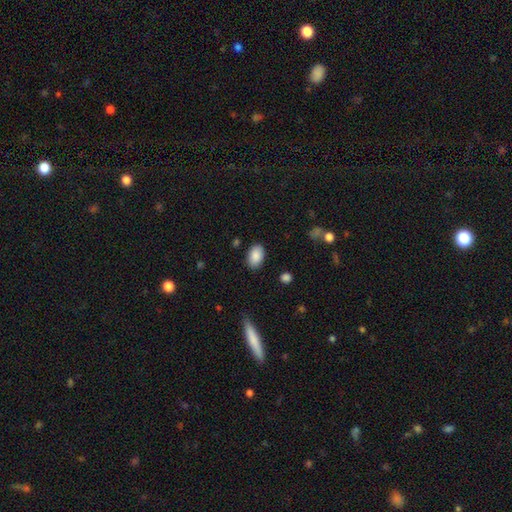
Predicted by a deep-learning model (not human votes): Overall: smooth (88%). How rounded: in between (90%). Merging: none (86%).